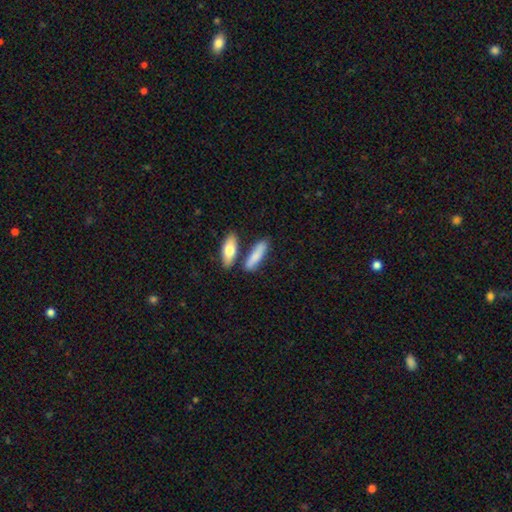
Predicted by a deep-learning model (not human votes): Smooth or featured?
  - smooth: 79% *
  - featured or disk: 15%
  - star or artifact: 6%
How rounded?
  - cigar-shaped: 60% *
  - in between: 37%
  - round: 3%
Merging?
  - none: 66% *
  - merger: 17%
  - minor disturbance: 13%
  - major disturbance: 4%